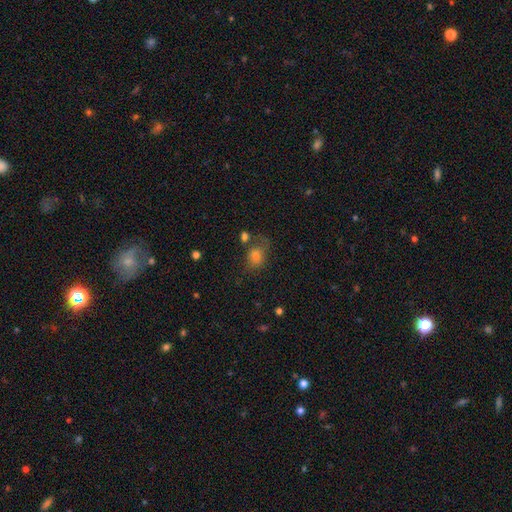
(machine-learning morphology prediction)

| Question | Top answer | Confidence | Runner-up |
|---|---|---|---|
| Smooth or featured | smooth | 67% | star or artifact (17%) |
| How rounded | in between | 50% | round (48%) |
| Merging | none | 52% | minor disturbance (23%) |